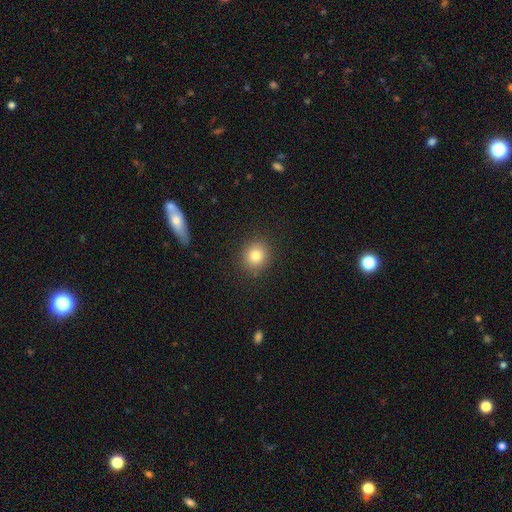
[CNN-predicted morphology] smooth 81%, star or artifact 11%, featured or disk 8%. Down the decision tree: how rounded — round (83%); merging — none (89%).